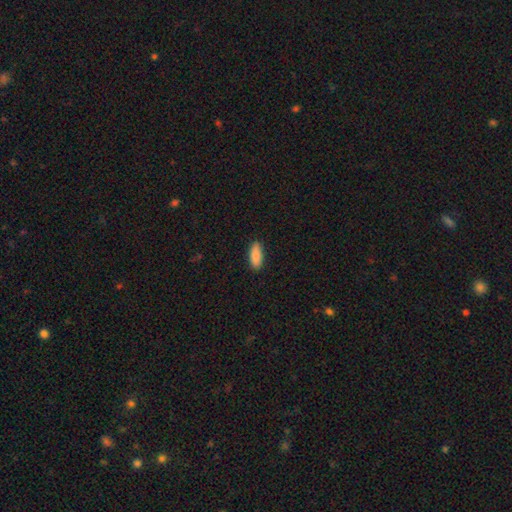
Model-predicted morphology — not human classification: This is clearly a smooth galaxy (90%). How rounded: likely in between (73%). Merging: clearly none (89%).